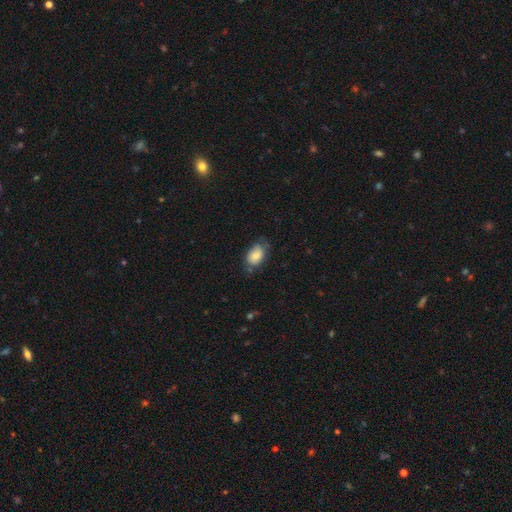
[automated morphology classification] Smooth or featured? Predicted: smooth (p=0.80). How rounded? Predicted: in between (p=0.88). Merging? Predicted: none (p=0.63).